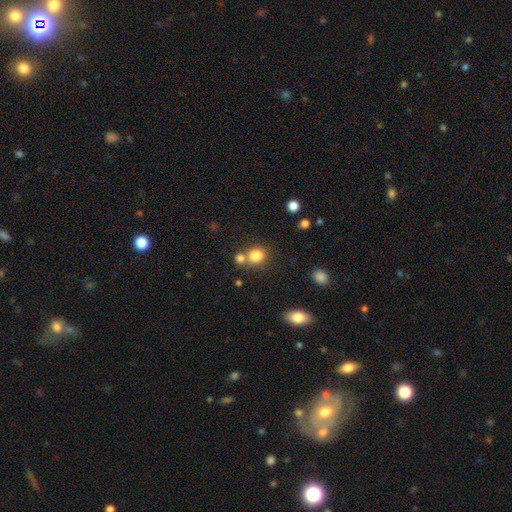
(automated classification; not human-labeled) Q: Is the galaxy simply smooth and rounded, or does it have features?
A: smooth — 81%.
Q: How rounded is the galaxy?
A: round — 82%.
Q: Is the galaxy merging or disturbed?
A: none — 56%.